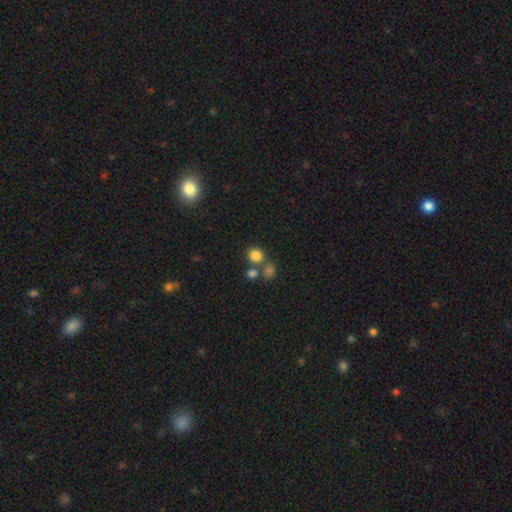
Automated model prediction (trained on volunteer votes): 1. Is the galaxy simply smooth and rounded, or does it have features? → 80% smooth, 13% star or artifact, 7% featured or disk.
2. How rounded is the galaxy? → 86% round, 13% in between, 1% cigar-shaped.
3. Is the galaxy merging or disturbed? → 62% none, 26% merger, 8% minor disturbance, 4% major disturbance.